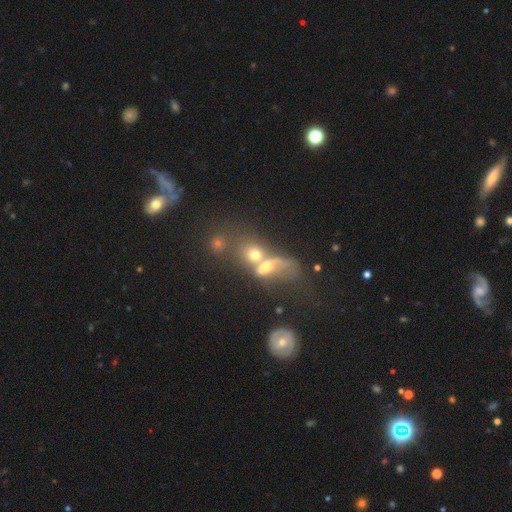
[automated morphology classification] Smooth or featured? Predicted: smooth (p=0.47). Merging? Predicted: merger (p=0.63).